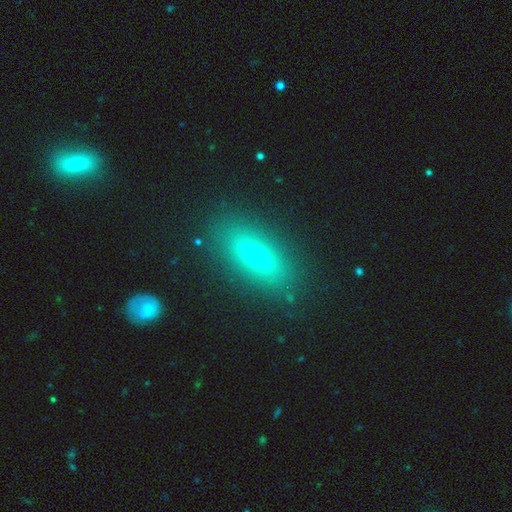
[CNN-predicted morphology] smooth-or-featured: smooth: 63% | featured or disk: 23% | star or artifact: 14%
  how-rounded: in between: 70% | cigar-shaped: 23% | round: 7%
  merging: none: 86% | minor disturbance: 9% | major disturbance: 4% | merger: 2%